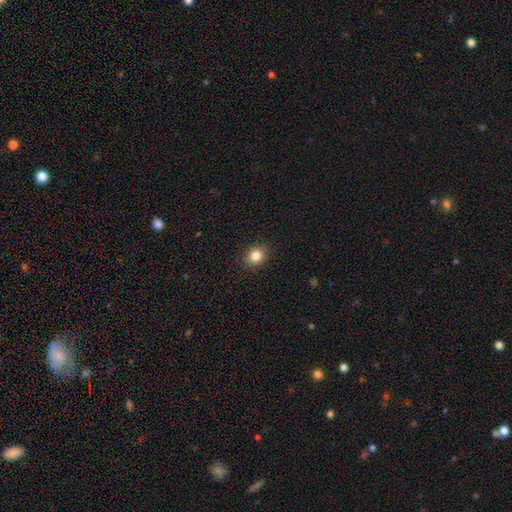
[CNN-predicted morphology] Overall: smooth (83%). How rounded: round (62%; in between 37%). Merging: none (89%).